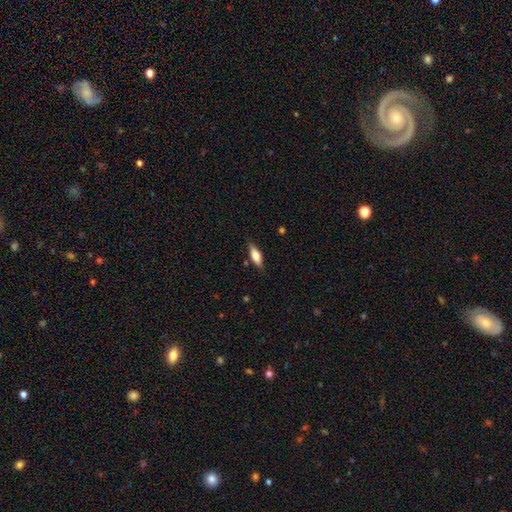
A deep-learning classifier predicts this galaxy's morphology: This appears to be a smooth galaxy with no disk features (62%) that is in between round and cigar-shaped (55%). Merging: none (82%).